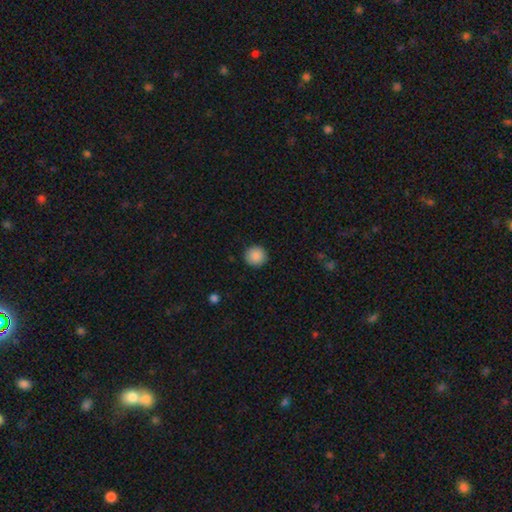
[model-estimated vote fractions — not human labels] Smooth or featured?
  - smooth: 89% *
  - star or artifact: 8%
  - featured or disk: 3%
How rounded?
  - round: 94% *
  - in between: 5%
  - cigar-shaped: 1%
Merging?
  - none: 91% *
  - minor disturbance: 6%
  - major disturbance: 2%
  - merger: 1%